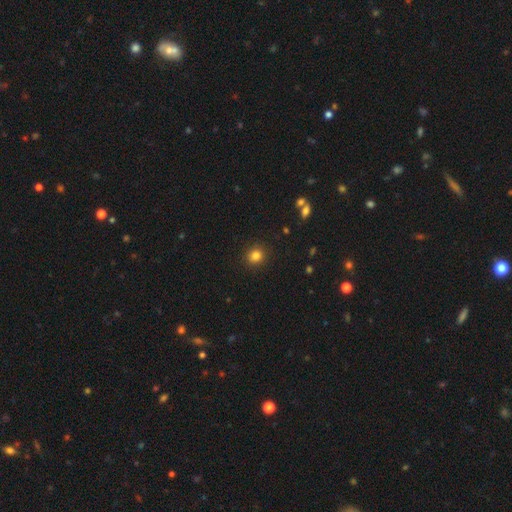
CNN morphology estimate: Overall: smooth (83%). How rounded: round (85%). Merging: none (90%).